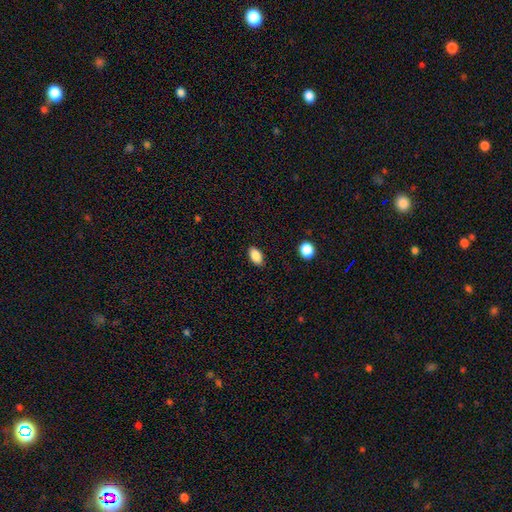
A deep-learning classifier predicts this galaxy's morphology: Smooth or featured? smooth (87%)
How rounded? in between (92%)
Merging? none (88%)